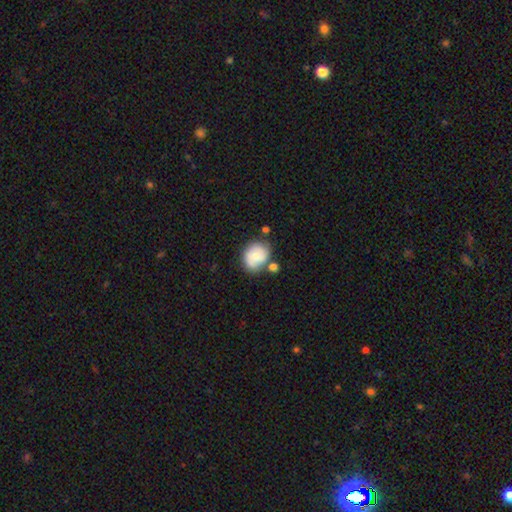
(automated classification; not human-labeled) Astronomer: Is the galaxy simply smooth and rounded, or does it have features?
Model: smooth — 62%.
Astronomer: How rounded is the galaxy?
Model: round — 58% (runner-up: in between, 41%).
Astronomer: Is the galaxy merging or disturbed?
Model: none — 61%.